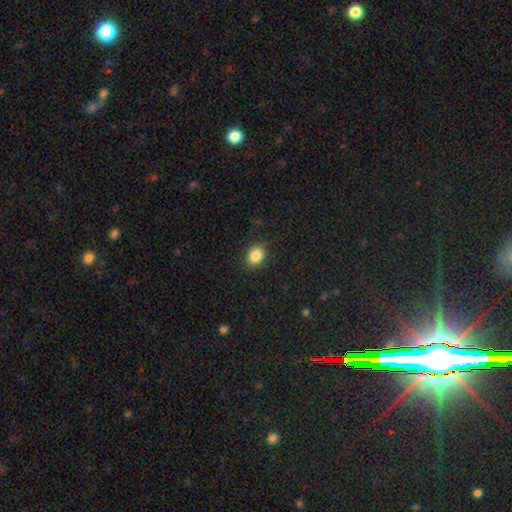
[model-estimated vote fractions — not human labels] This is clearly a smooth galaxy (86%). How rounded: possibly in between (53%). Merging: clearly none (88%).